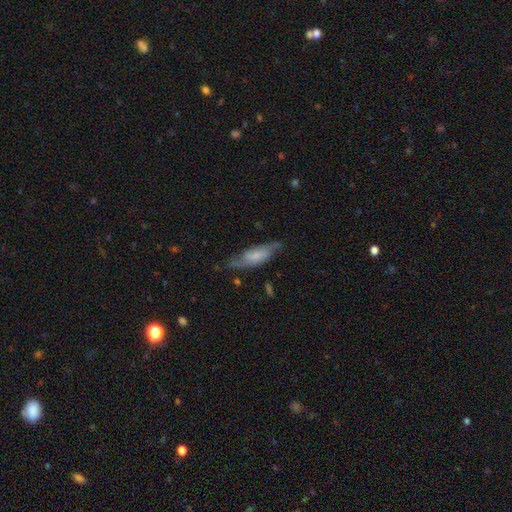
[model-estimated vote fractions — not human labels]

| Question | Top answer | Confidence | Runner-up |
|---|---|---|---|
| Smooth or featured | featured or disk | 61% | smooth (33%) |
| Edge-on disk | no | 79% | yes (21%) |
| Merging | none | 68% | minor disturbance (22%) |